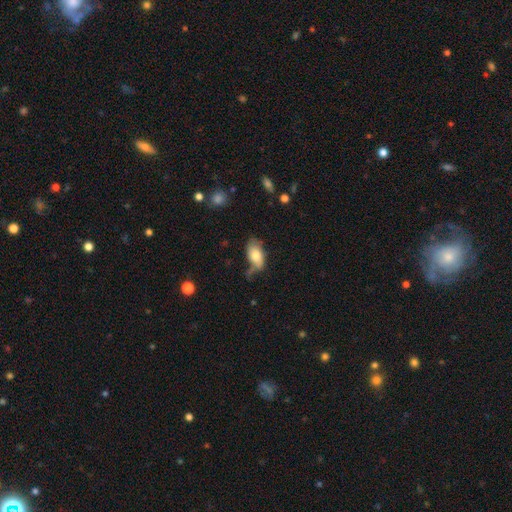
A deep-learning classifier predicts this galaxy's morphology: A smooth galaxy with no disk features (70%) that is in between round and cigar-shaped (92%). Merging: none (42%).